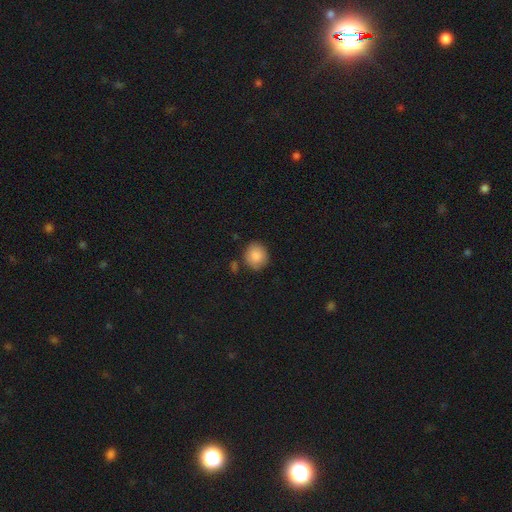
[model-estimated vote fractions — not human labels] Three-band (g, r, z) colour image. It shows a smooth galaxy with no disk features (88%) that is round (82%). Merging: none (80%).